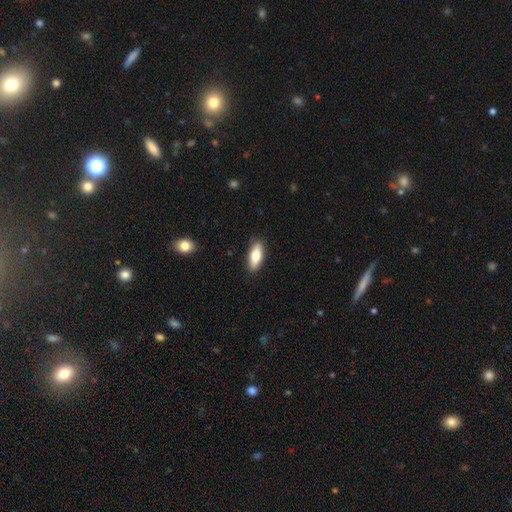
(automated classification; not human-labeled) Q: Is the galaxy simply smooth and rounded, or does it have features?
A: smooth — 77%.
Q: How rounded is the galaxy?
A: in between — 71%.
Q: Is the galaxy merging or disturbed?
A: none — 88%.